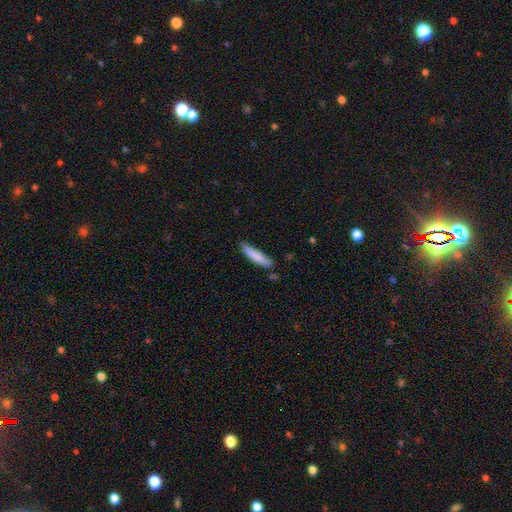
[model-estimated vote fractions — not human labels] A smooth galaxy with no disk features (83%) that is cigar-shaped (86%). Merging: none (77%).